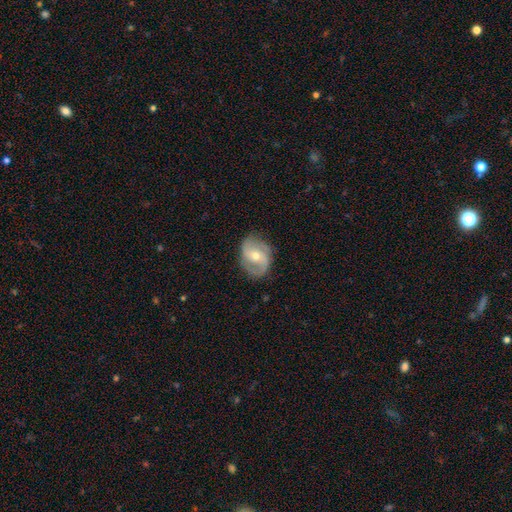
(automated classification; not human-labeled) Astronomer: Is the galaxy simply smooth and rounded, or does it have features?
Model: featured or disk — 75%.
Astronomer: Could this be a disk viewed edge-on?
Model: no — 97%.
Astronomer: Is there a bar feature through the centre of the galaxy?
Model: no — 42% (runner-up: weak, 41%).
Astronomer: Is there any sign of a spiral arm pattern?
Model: yes — 90%.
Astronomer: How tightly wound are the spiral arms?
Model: medium — 46% (runner-up: loose, 31%).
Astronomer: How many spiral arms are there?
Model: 2 — 81%.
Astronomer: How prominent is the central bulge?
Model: moderate — 56% (runner-up: small, 40%).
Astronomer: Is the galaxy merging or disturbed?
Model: none — 75%.